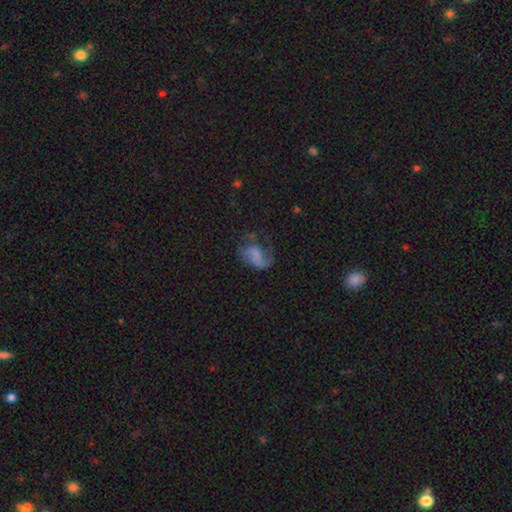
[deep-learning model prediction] A featured or disk galaxy (45%).

Vote fractions:
- Smooth or featured? featured or disk: 45% / smooth: 43% / star or artifact: 12%
- Merging? major disturbance: 45% / none: 29% / minor disturbance: 22% / merger: 3%